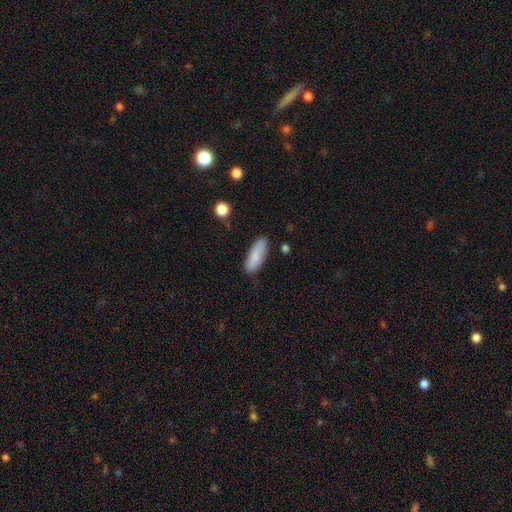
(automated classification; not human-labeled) A smooth galaxy with no disk features (83%) that is in between round and cigar-shaped (67%). Merging: none (82%).